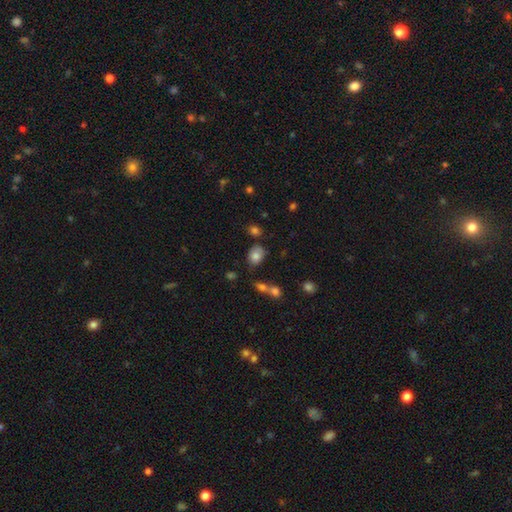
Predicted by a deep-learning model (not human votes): This appears to be a smooth galaxy with no disk features (80%) that is in between round and cigar-shaped (70%). Merging: none (64%).